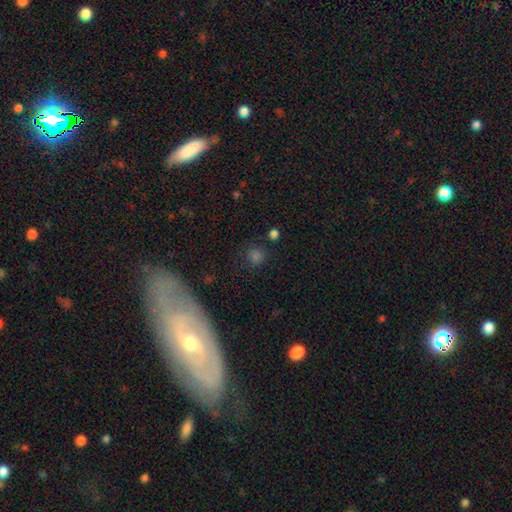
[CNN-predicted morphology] This appears to be a smooth galaxy with no disk features (62%) that is round (83%). Merging: none (81%).